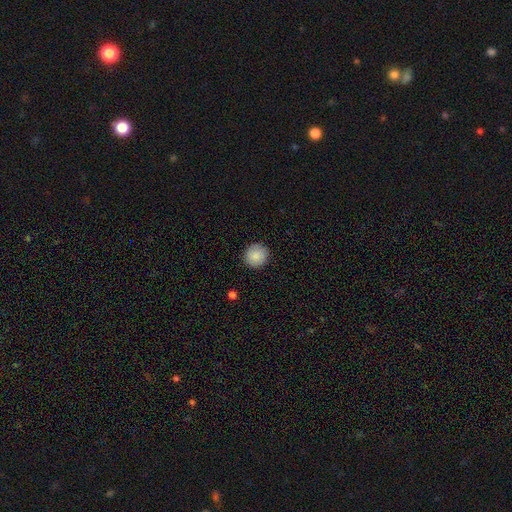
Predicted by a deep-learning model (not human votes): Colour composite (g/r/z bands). It shows a smooth galaxy with no disk features (88%) that is round (92%). Merging: none (90%).